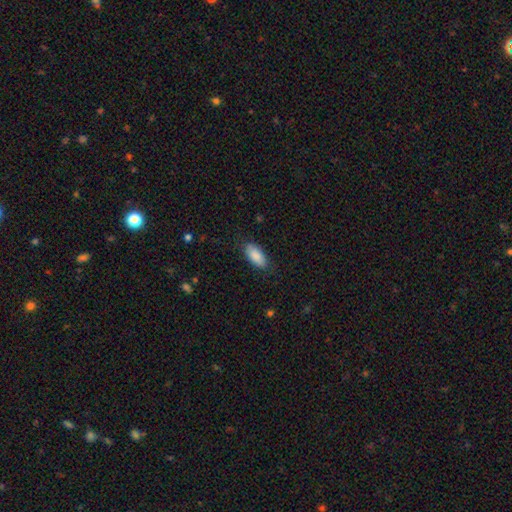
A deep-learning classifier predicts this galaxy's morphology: smooth_or_featured: smooth (p=0.89) [alt: star or artifact p=0.06]
how_rounded: in between (p=0.90) [alt: cigar-shaped p=0.08]
merging: none (p=0.82) [alt: minor disturbance p=0.14]